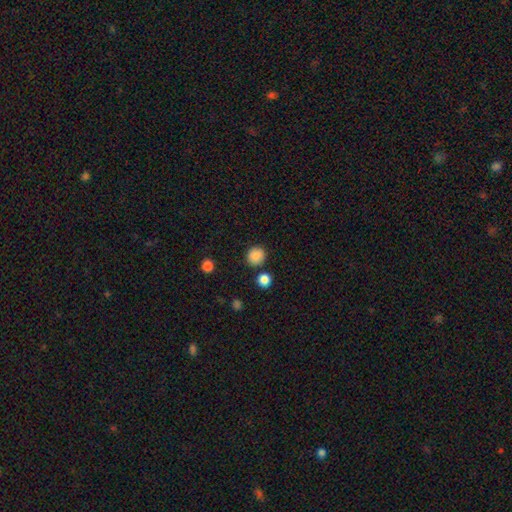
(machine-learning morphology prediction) smooth_or_featured: smooth (p=0.87) [alt: star or artifact p=0.10]
how_rounded: round (p=0.88) [alt: in between p=0.11]
merging: none (p=0.85) [alt: minor disturbance p=0.08]